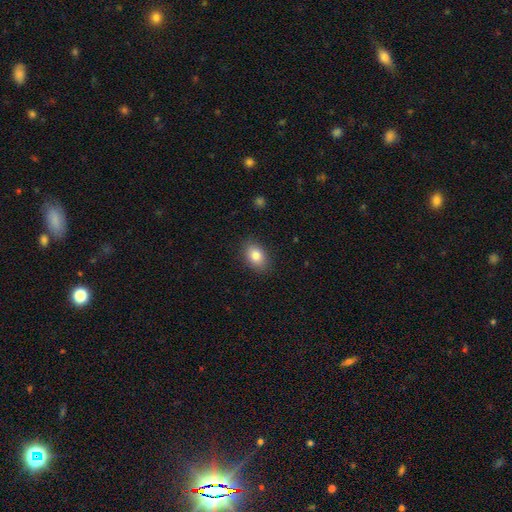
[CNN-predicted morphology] smooth-or-featured: smooth: 83% | star or artifact: 9% | featured or disk: 8%
  how-rounded: in between: 78% | round: 21% | cigar-shaped: 1%
  merging: none: 87% | minor disturbance: 10% | major disturbance: 2% | merger: 1%